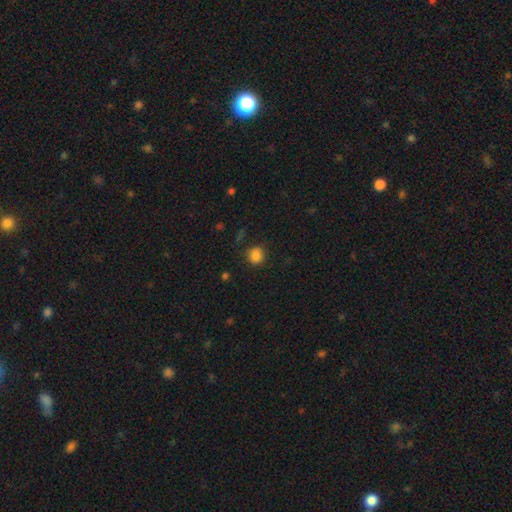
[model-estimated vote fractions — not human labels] Smooth or featured: smooth — 84% (star or artifact — 12%)
How rounded: round — 84% (in between — 15%)
Merging: none — 82% (minor disturbance — 13%)